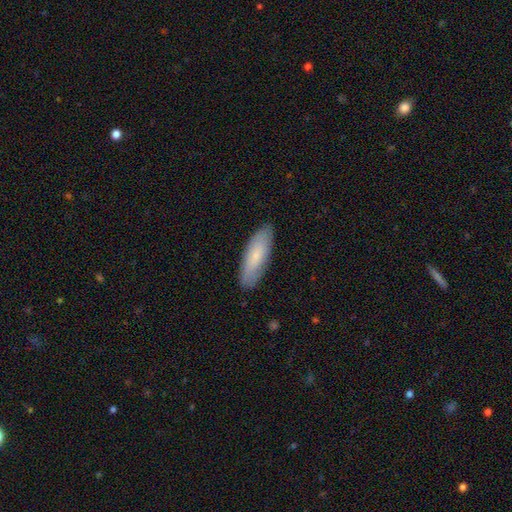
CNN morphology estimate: This appears to be a smooth galaxy with no disk features (73%) that is in between round and cigar-shaped (55%). Merging: none (85%).